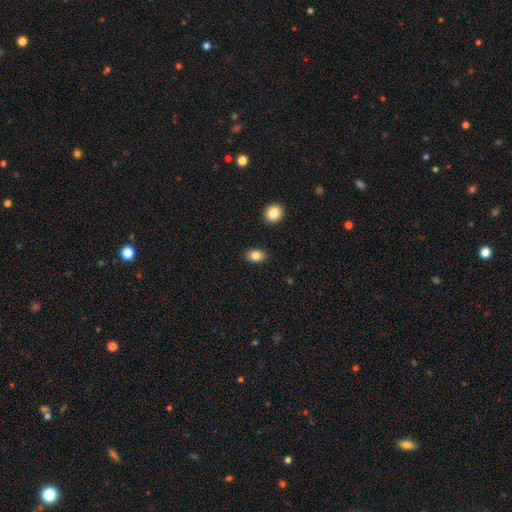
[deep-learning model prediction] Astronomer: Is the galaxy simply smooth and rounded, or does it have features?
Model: smooth — 85%.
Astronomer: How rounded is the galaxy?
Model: in between — 79%.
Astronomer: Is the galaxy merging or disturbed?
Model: none — 88%.